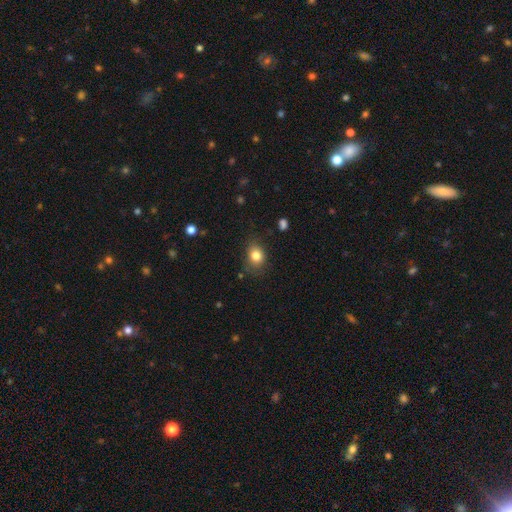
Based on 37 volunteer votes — smooth-or-featured: smooth: 86% | featured or disk: 11% | star or artifact: 3%
  how-rounded: in between: 66% | round: 34% | cigar-shaped: 0%
  merging: none: 69% | minor disturbance: 19% | major disturbance: 11% | merger: 0%